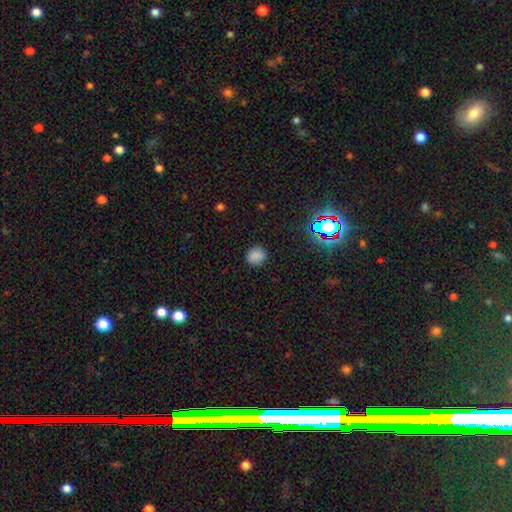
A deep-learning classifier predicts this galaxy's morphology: smooth-or-featured: smooth: 82% | star or artifact: 14% | featured or disk: 5%
  how-rounded: round: 77% | in between: 22% | cigar-shaped: 1%
  merging: none: 87% | minor disturbance: 9% | major disturbance: 3% | merger: 1%